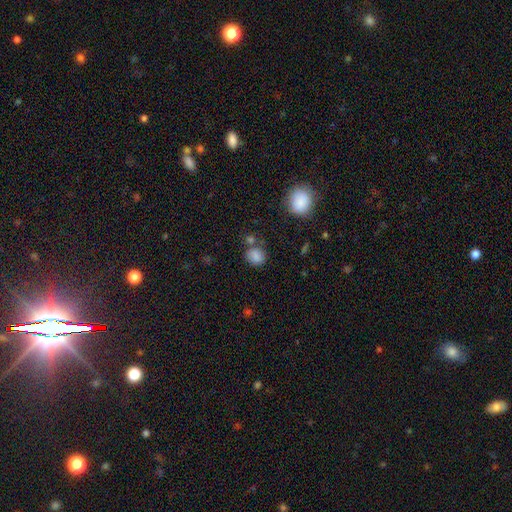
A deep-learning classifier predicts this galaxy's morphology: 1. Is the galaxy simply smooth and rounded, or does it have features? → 82% smooth, 12% star or artifact, 6% featured or disk.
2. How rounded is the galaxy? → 73% round, 26% in between, 1% cigar-shaped.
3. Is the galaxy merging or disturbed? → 68% none, 15% minor disturbance, 12% merger, 5% major disturbance.